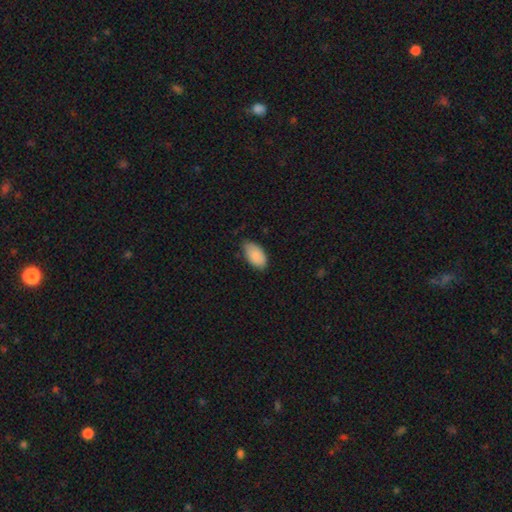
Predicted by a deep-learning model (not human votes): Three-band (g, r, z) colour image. It shows a smooth galaxy with no disk features (88%) that is in between round and cigar-shaped (95%). Merging: none (70%).